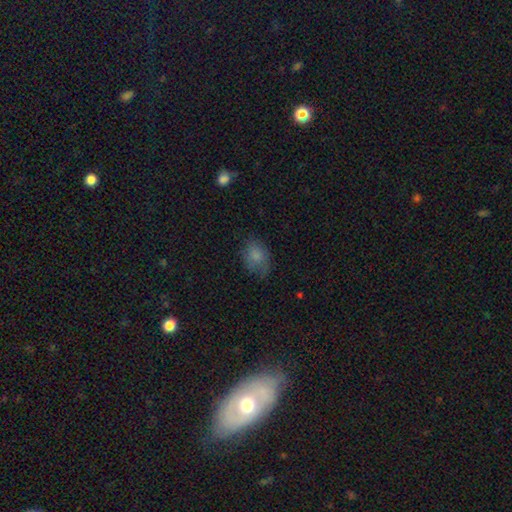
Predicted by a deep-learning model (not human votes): smooth_or_featured: smooth (p=0.79) [alt: star or artifact p=0.10]
how_rounded: in between (p=0.69) [alt: round p=0.29]
merging: none (p=0.62) [alt: minor disturbance p=0.27]